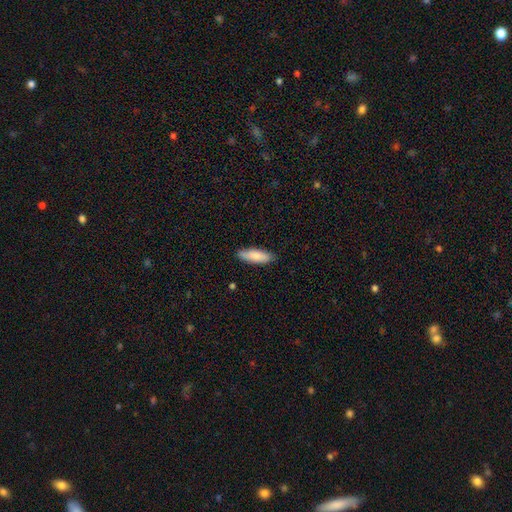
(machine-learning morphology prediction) smooth 84%, featured or disk 11%, star or artifact 5%. Down the decision tree: how rounded — in between (52%); merging — none (86%).